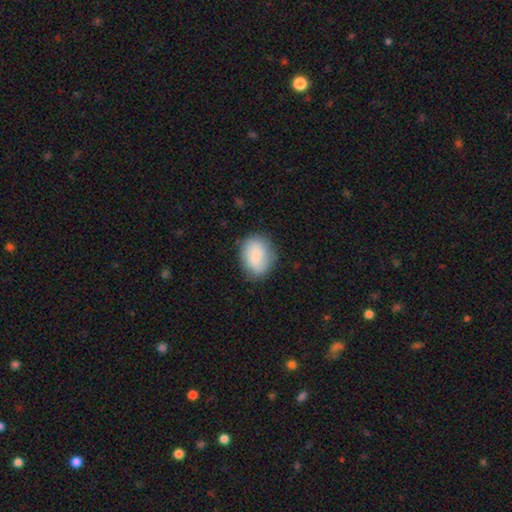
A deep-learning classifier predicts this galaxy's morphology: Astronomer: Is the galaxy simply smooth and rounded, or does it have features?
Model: smooth — 84%.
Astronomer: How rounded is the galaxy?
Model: in between — 60% (runner-up: round, 39%).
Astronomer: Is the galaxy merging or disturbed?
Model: none — 74%.